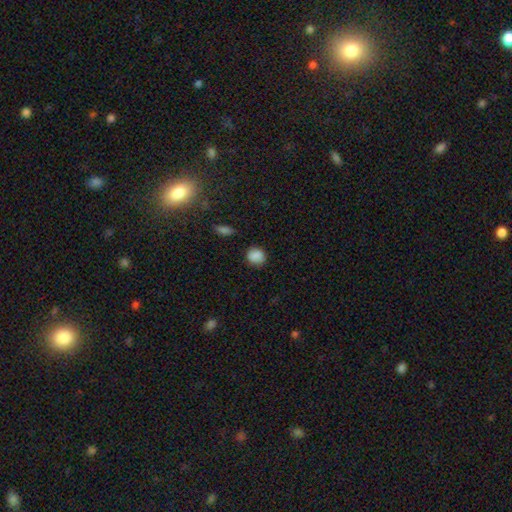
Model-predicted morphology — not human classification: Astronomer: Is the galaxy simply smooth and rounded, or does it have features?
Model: smooth — 87%.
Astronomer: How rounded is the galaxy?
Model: round — 83%.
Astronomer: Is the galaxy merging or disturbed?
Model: none — 85%.